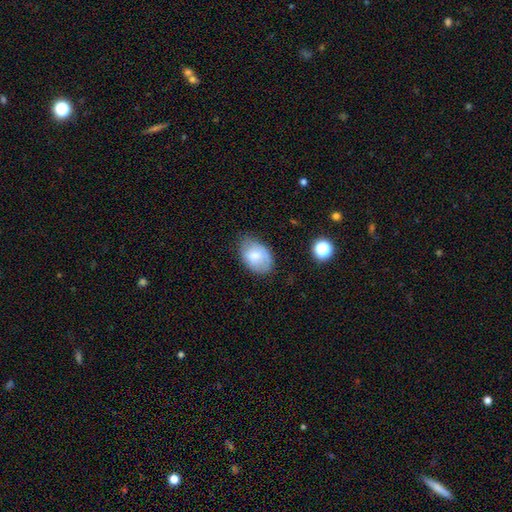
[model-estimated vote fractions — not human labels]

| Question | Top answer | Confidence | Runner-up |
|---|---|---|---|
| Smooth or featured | smooth | 73% | featured or disk (19%) |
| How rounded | in between | 84% | round (15%) |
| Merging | none | 66% | minor disturbance (26%) |